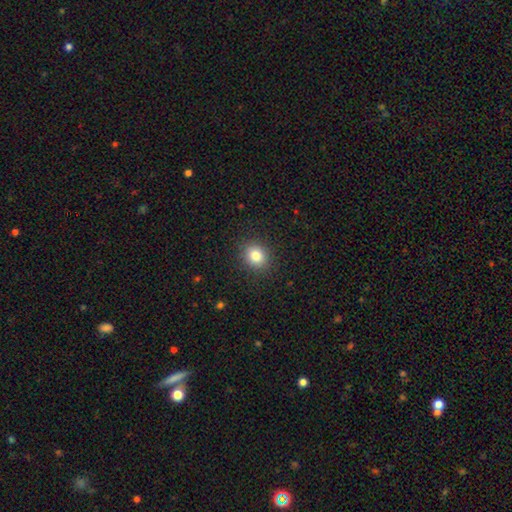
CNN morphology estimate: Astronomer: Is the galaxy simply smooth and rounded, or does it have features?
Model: smooth — 82%.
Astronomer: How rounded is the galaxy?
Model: round — 71%.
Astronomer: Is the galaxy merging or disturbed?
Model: none — 89%.